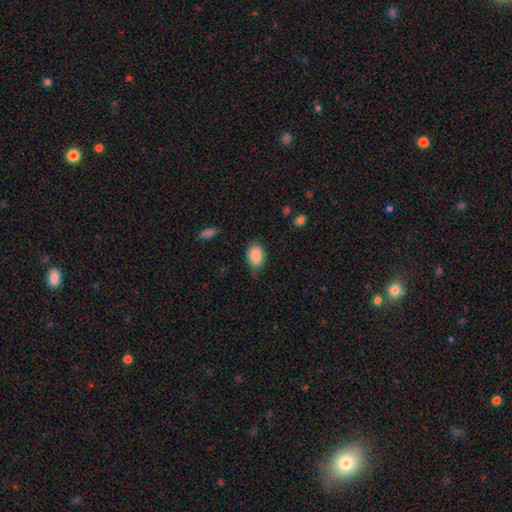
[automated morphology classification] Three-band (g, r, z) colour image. It shows a smooth galaxy with no disk features (88%) that is in between round and cigar-shaped (81%). Merging: none (63%).